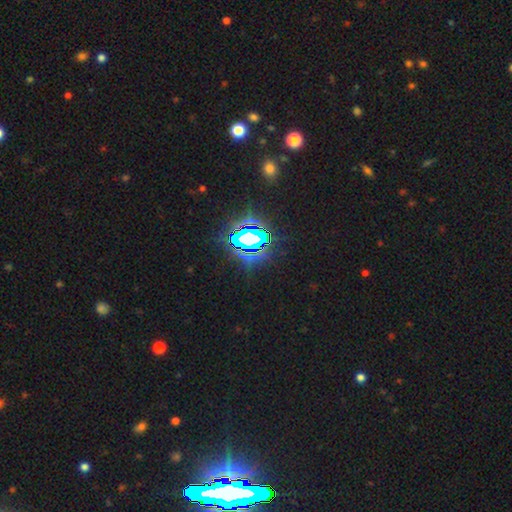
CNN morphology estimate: Smooth or featured? star or artifact (86%)